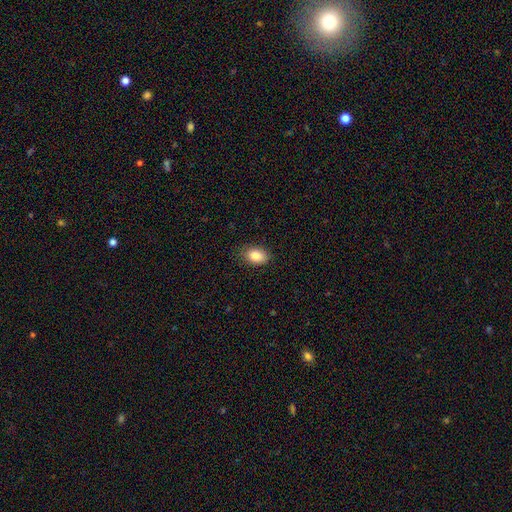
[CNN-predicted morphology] type=smooth (86%); roundness=in between (86%); merging=none (84%).